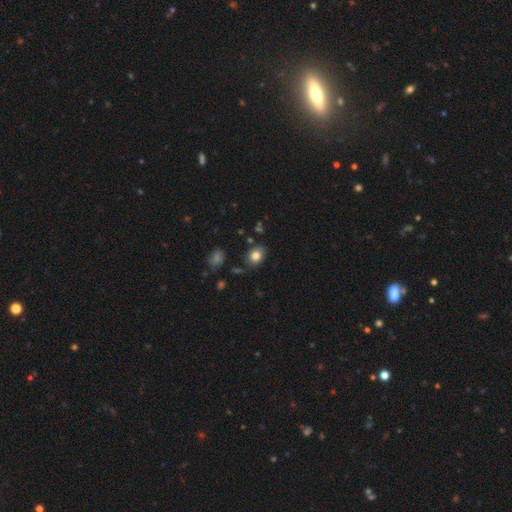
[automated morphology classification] Smooth or featured?
  - smooth: 81% *
  - star or artifact: 10%
  - featured or disk: 9%
How rounded?
  - in between: 55% *
  - round: 44%
  - cigar-shaped: 1%
Merging?
  - none: 82% *
  - minor disturbance: 13%
  - merger: 3%
  - major disturbance: 3%